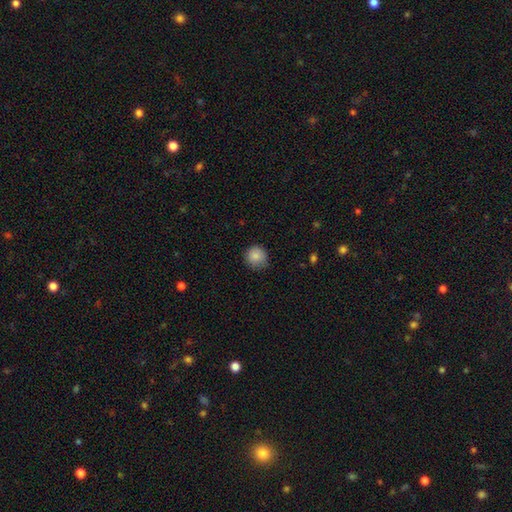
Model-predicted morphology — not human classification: Q: Smooth or featured?
A: smooth (86%); runner-up: star or artifact (9%)
Q: How rounded?
A: round (93%); runner-up: in between (6%)
Q: Merging?
A: none (80%); runner-up: minor disturbance (16%)